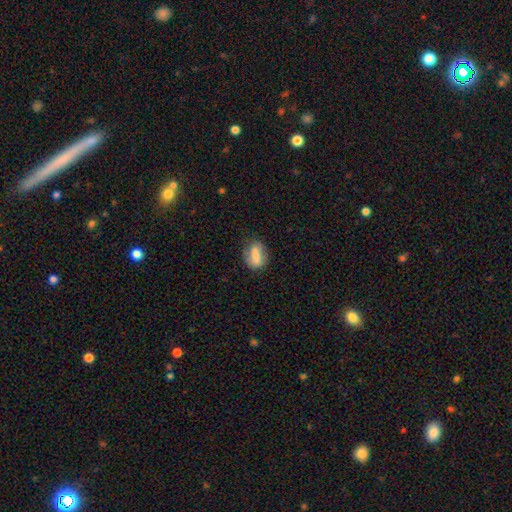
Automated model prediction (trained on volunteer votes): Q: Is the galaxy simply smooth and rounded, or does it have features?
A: smooth — 74%.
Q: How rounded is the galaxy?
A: in between — 72%.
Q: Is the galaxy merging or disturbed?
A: none — 70%.